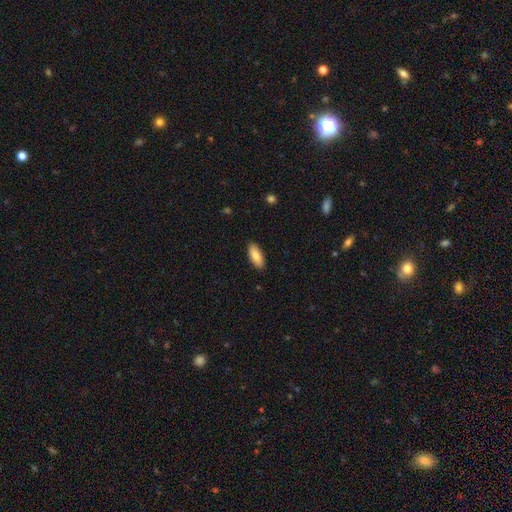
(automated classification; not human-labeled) A smooth galaxy with no disk features (83%) that is in between round and cigar-shaped (82%).

Vote fractions:
- Smooth or featured? smooth: 83% / featured or disk: 10% / star or artifact: 6%
- How rounded? in between: 82% / cigar-shaped: 16% / round: 2%
- Merging? none: 88% / minor disturbance: 9% / major disturbance: 2% / merger: 1%